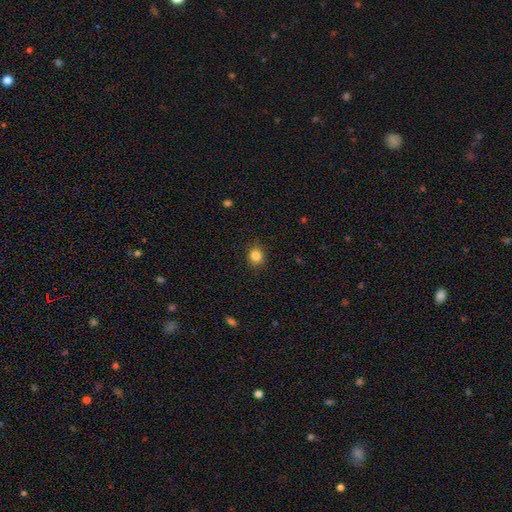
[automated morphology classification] smooth 85%, star or artifact 11%, featured or disk 5%. Down the decision tree: how rounded — round (75%); merging — none (87%).